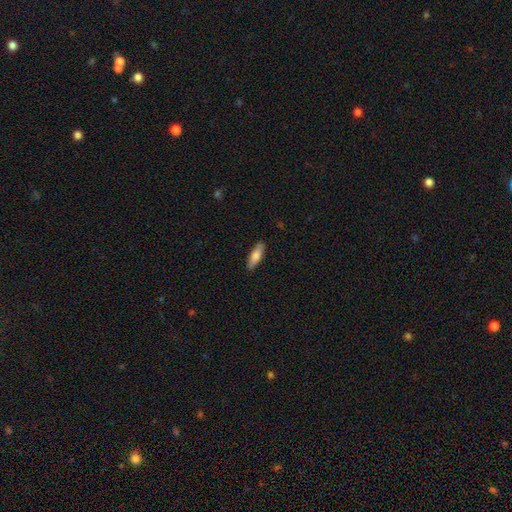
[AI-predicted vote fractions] smooth 75%, featured or disk 19%, star or artifact 6%. Down the decision tree: how rounded — cigar-shaped (54%); merging — none (87%).